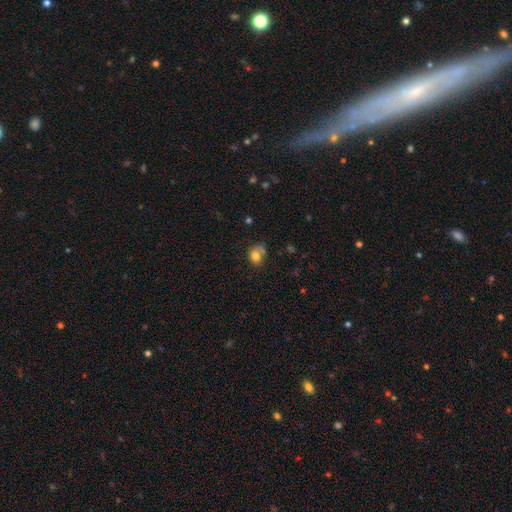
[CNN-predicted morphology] A smooth galaxy with no disk features (76%) that is round (54%).

Vote fractions:
- Smooth or featured? smooth: 76% / featured or disk: 13% / star or artifact: 12%
- How rounded? round: 54% / in between: 45% / cigar-shaped: 1%
- Merging? none: 42% / minor disturbance: 25% / merger: 19% / major disturbance: 15%